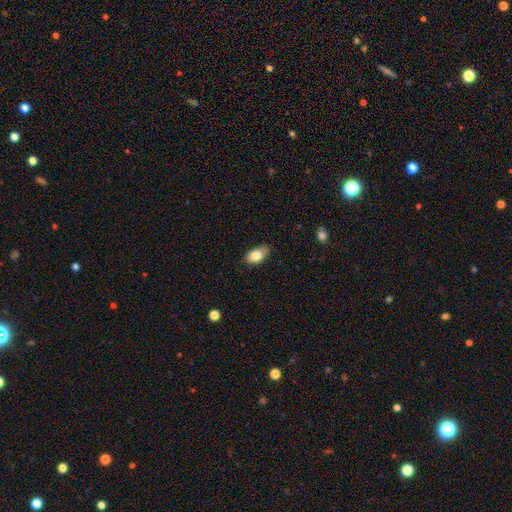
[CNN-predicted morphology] Smooth or featured: smooth — 83% (featured or disk — 9%)
How rounded: in between — 92% (round — 6%)
Merging: none — 78% (minor disturbance — 18%)